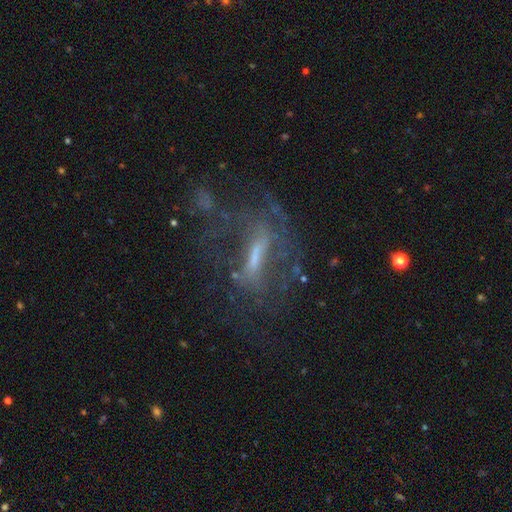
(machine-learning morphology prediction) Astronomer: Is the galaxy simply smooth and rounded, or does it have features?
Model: featured or disk — 72%.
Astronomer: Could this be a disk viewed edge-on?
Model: no — 83%.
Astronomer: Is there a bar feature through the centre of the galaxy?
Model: strong — 55% (runner-up: weak, 30%).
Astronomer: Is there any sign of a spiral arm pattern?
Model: yes — 66%.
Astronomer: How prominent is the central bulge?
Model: small — 41% (runner-up: moderate, 32%).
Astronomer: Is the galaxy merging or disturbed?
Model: none — 48% (runner-up: major disturbance, 30%).